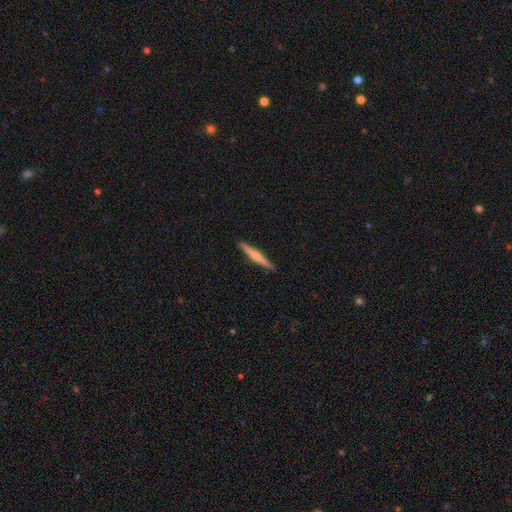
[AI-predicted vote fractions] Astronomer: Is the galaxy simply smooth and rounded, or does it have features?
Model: featured or disk — 49% (runner-up: smooth, 46%).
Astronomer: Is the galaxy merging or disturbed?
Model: none — 92%.